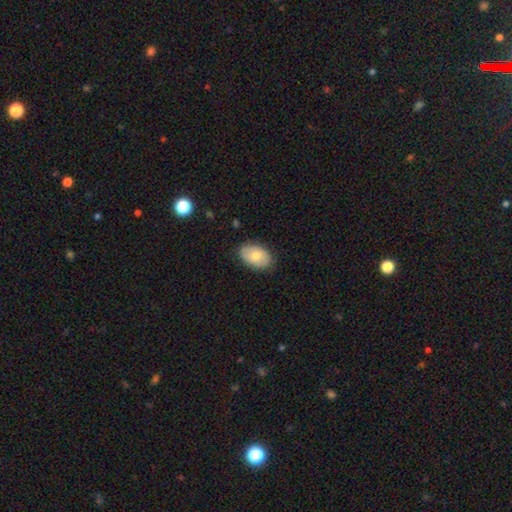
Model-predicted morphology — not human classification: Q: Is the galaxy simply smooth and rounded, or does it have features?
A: smooth — 72%.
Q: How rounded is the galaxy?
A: in between — 89%.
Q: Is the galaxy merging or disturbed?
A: none — 85%.